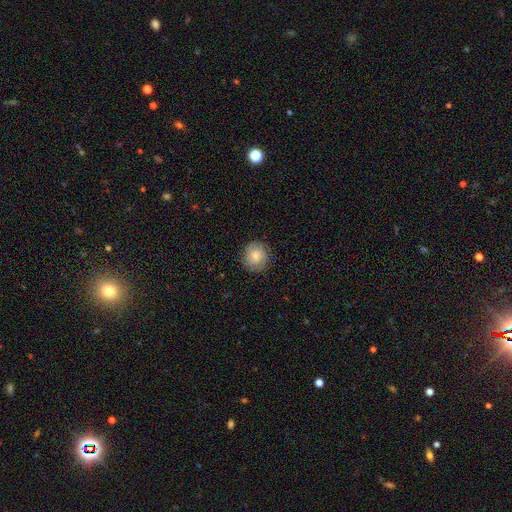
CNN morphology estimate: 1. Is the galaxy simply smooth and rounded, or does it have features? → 56% smooth, 36% featured or disk, 8% star or artifact.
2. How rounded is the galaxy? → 85% round, 14% in between, 1% cigar-shaped.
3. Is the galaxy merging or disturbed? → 84% none, 12% minor disturbance, 4% major disturbance, 1% merger.